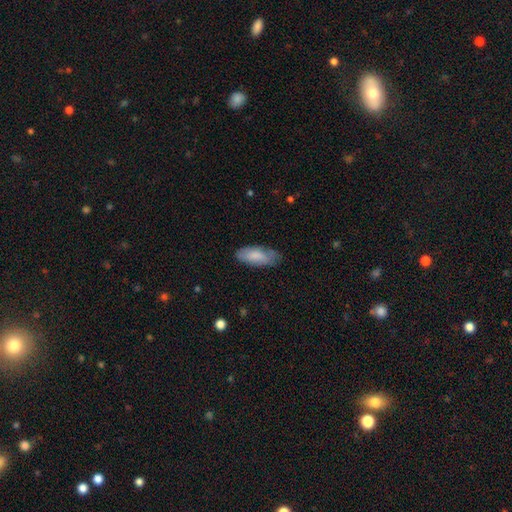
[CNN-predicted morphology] Smooth or featured? smooth (81%)
How rounded? in between (82%)
Merging? none (69%)